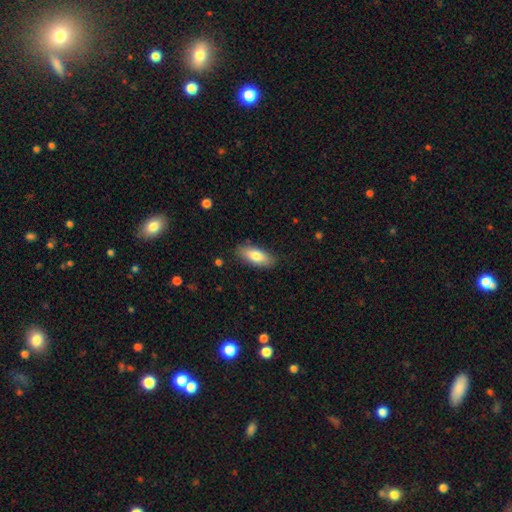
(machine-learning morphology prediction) Smooth or featured?
  - smooth: 79% *
  - featured or disk: 15%
  - star or artifact: 6%
How rounded?
  - in between: 80% *
  - cigar-shaped: 18%
  - round: 2%
Merging?
  - none: 85% *
  - minor disturbance: 11%
  - major disturbance: 2%
  - merger: 1%